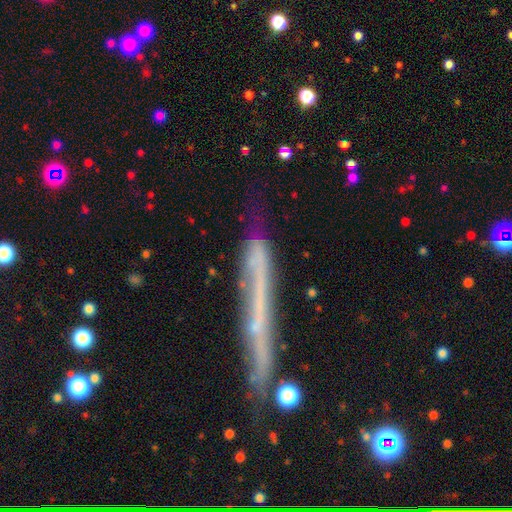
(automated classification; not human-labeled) Smooth or featured? featured or disk (45%)
Merging? none (58%)